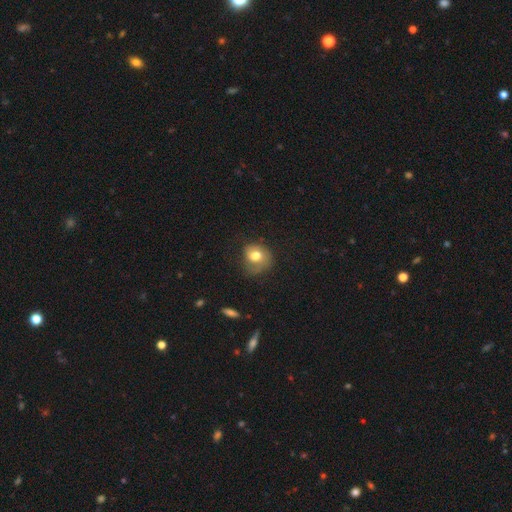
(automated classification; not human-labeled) This is likely a smooth galaxy (69%). How rounded: likely round (62%). Merging: marginally none (44%).